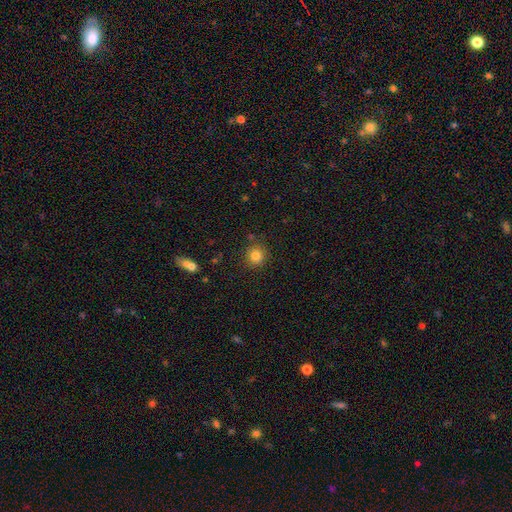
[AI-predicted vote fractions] smooth-or-featured: smooth: 82% | star or artifact: 12% | featured or disk: 6%
  how-rounded: round: 92% | in between: 7% | cigar-shaped: 1%
  merging: none: 86% | minor disturbance: 8% | merger: 3% | major disturbance: 3%